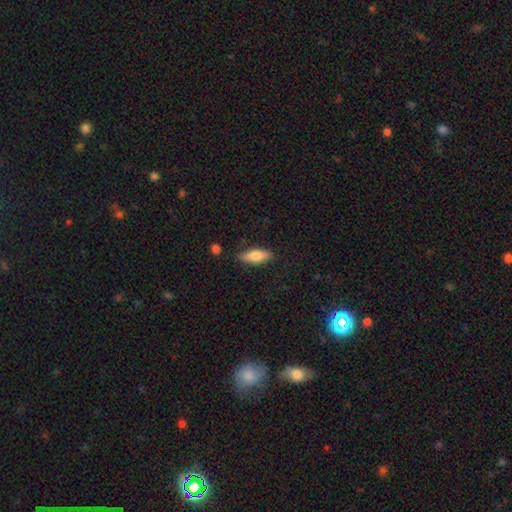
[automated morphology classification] Overall: smooth (72%). How rounded: in between (61%; cigar-shaped 36%). Merging: none (82%).